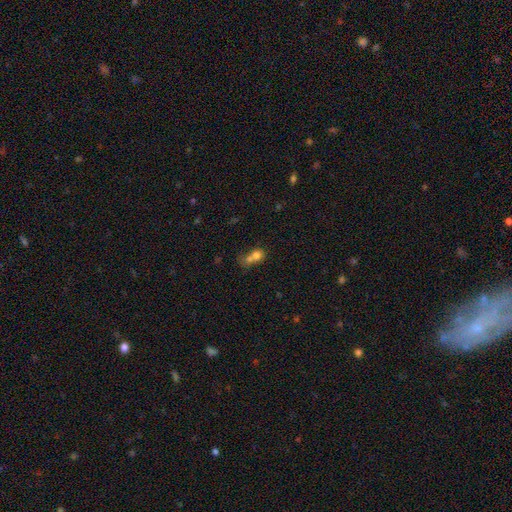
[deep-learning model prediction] smooth 72%, featured or disk 16%, star or artifact 12%. Down the decision tree: how rounded — round (66%); merging — merger (66%).